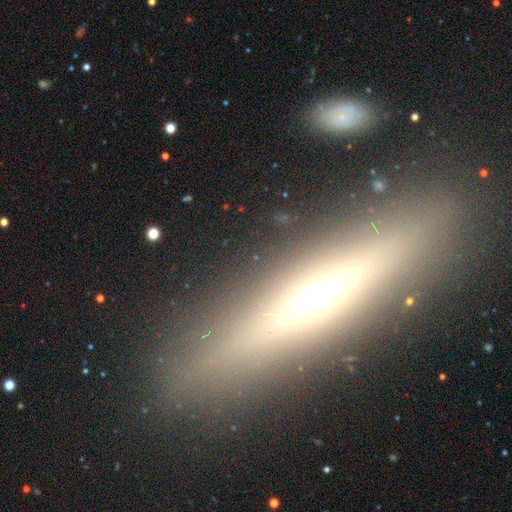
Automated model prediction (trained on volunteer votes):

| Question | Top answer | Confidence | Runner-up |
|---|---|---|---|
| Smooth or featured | featured or disk | 55% | smooth (31%) |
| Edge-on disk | yes | 84% | no (16%) |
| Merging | none | 84% | minor disturbance (9%) |